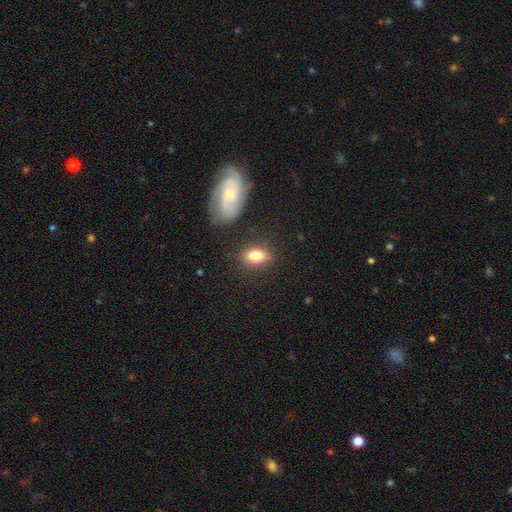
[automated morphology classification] Smooth or featured?
  - smooth: 79% *
  - featured or disk: 13%
  - star or artifact: 8%
How rounded?
  - in between: 83% *
  - round: 12%
  - cigar-shaped: 4%
Merging?
  - none: 80% *
  - minor disturbance: 12%
  - merger: 4%
  - major disturbance: 4%